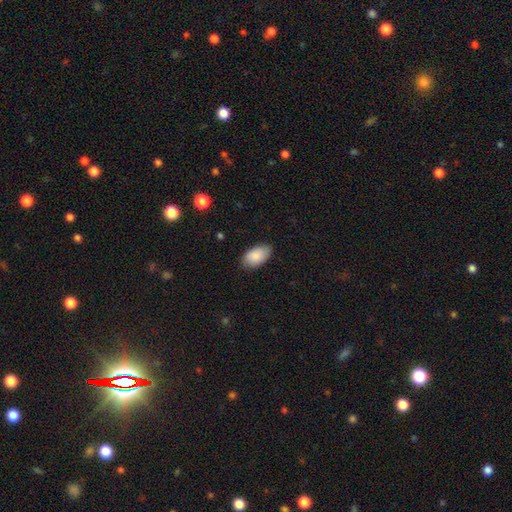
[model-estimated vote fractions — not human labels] Morphology: type=smooth (87%); roundness=in between (95%); merging=none (83%).